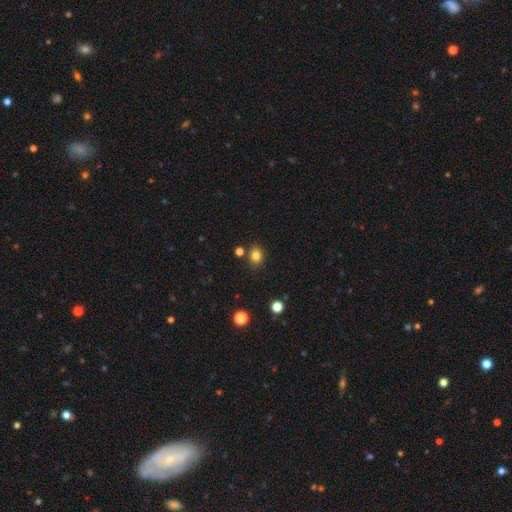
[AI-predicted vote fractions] Smooth or featured: smooth — 82% (star or artifact — 13%)
How rounded: round — 58% (in between — 41%)
Merging: none — 81% (minor disturbance — 11%)